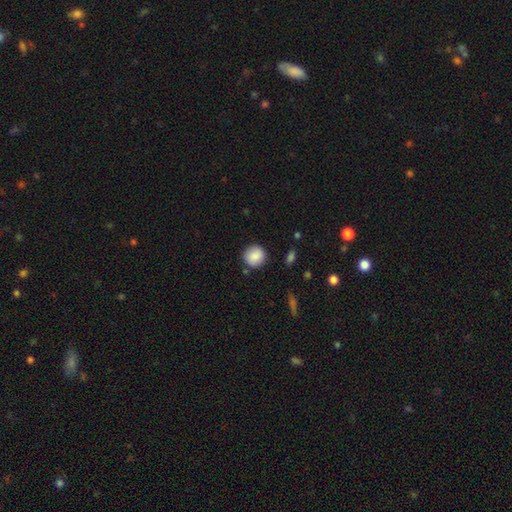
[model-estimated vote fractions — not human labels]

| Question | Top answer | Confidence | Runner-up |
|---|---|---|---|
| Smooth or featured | smooth | 87% | star or artifact (8%) |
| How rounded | round | 91% | in between (8%) |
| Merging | none | 86% | minor disturbance (9%) |